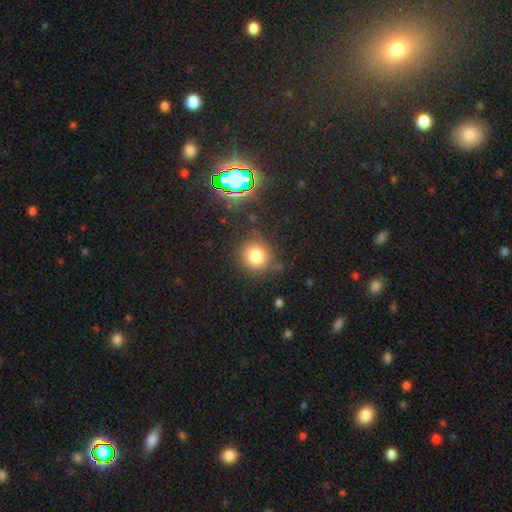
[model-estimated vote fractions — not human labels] Q: Smooth or featured?
A: smooth (77%); runner-up: star or artifact (15%)
Q: How rounded?
A: round (89%); runner-up: in between (10%)
Q: Merging?
A: none (75%); runner-up: minor disturbance (16%)